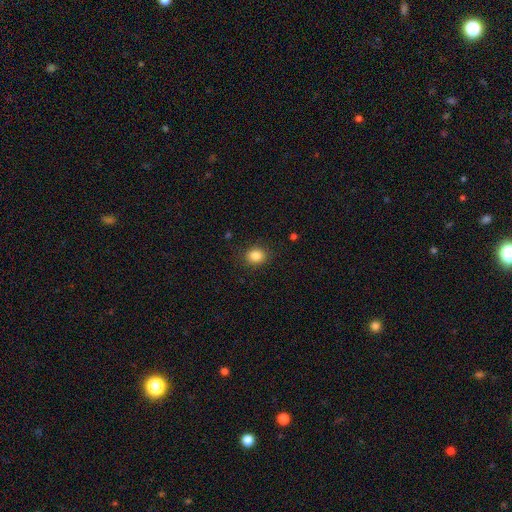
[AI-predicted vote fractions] Smooth or featured: smooth — 84% (star or artifact — 11%)
How rounded: round — 72% (in between — 27%)
Merging: none — 87% (minor disturbance — 9%)